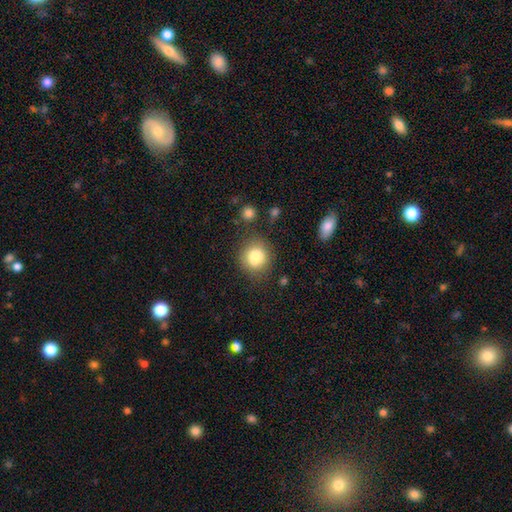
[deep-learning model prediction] Smooth or featured: smooth — 78% (featured or disk — 12%)
How rounded: round — 78% (in between — 21%)
Merging: none — 61% (merger — 17%)